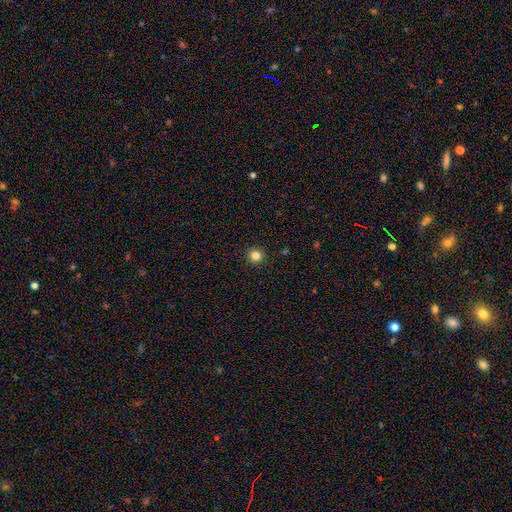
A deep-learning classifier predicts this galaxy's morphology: Smooth or featured: smooth — 83% (star or artifact — 13%)
How rounded: round — 94% (in between — 5%)
Merging: none — 93% (minor disturbance — 5%)